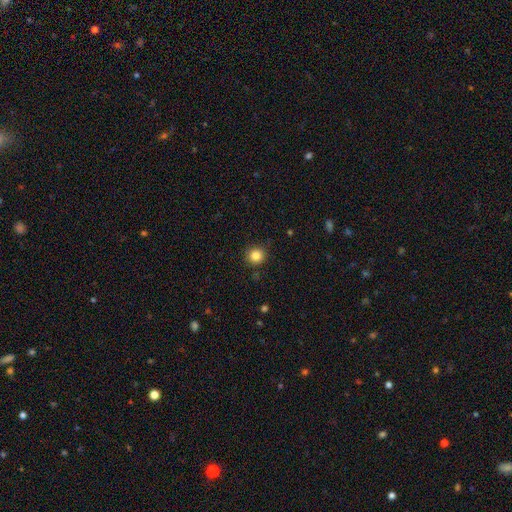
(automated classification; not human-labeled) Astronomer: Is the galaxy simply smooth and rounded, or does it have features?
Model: smooth — 84%.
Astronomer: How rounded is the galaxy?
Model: round — 92%.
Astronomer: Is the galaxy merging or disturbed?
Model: none — 90%.